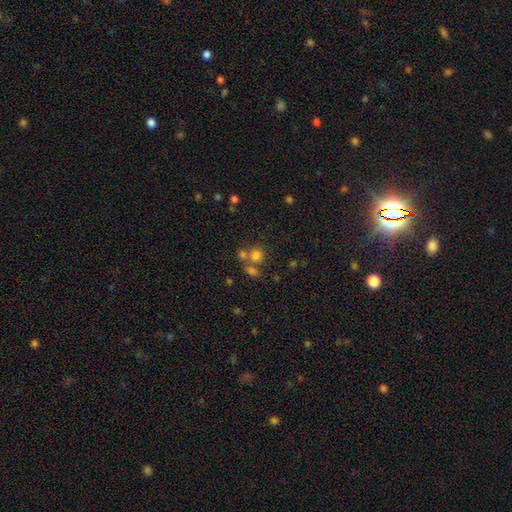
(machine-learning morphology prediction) Q: Smooth or featured?
A: smooth (70%); runner-up: star or artifact (19%)
Q: How rounded?
A: round (80%); runner-up: in between (19%)
Q: Merging?
A: none (52%); runner-up: merger (34%)